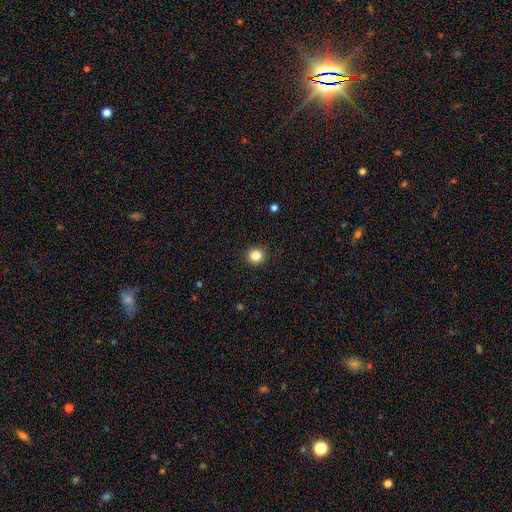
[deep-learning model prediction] Smooth or featured? smooth (84%)
How rounded? round (91%)
Merging? none (92%)